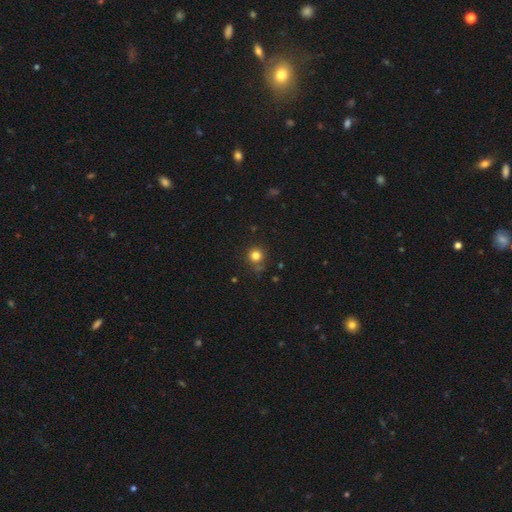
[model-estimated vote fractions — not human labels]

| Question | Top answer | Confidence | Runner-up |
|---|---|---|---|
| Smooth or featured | smooth | 81% | star or artifact (14%) |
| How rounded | round | 92% | in between (7%) |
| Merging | none | 78% | minor disturbance (14%) |